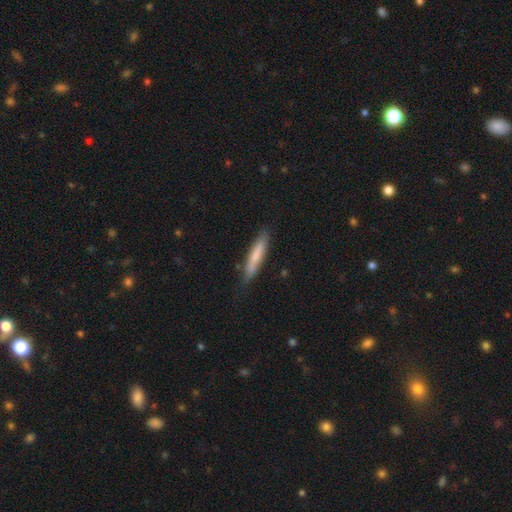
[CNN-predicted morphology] Overall: smooth (70%). How rounded: cigar-shaped (90%). Merging: none (80%).